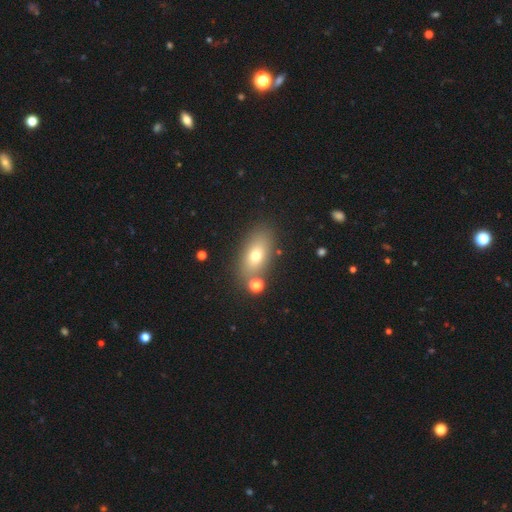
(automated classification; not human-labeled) Q: Smooth or featured?
A: smooth (69%); runner-up: featured or disk (19%)
Q: How rounded?
A: in between (83%); runner-up: round (9%)
Q: Merging?
A: none (78%); runner-up: minor disturbance (10%)